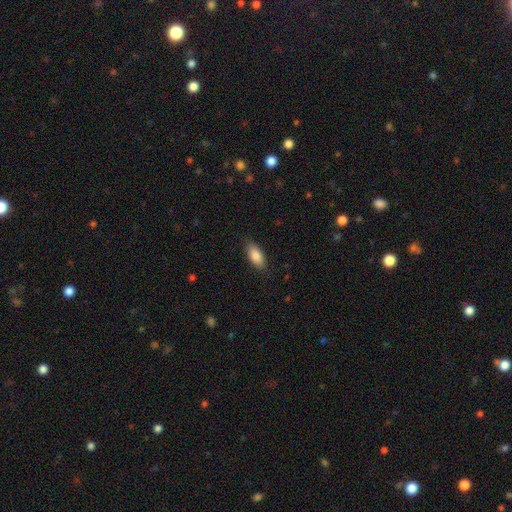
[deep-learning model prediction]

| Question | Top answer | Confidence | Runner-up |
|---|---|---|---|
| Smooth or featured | smooth | 86% | featured or disk (7%) |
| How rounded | in between | 88% | cigar-shaped (10%) |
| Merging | none | 83% | minor disturbance (13%) |